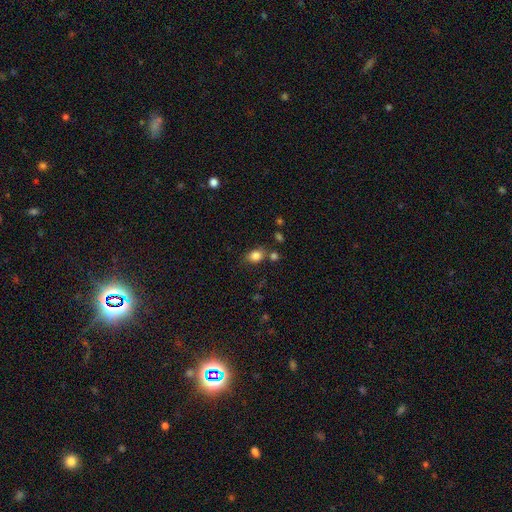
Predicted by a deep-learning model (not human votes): Overall: smooth (83%). How rounded: in between (57%; round 41%). Merging: none (68%).